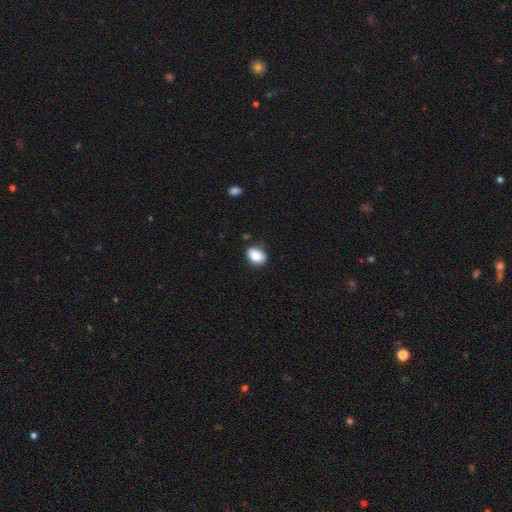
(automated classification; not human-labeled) A smooth galaxy with no disk features (88%) that is in between round and cigar-shaped (82%). Merging: none (80%).